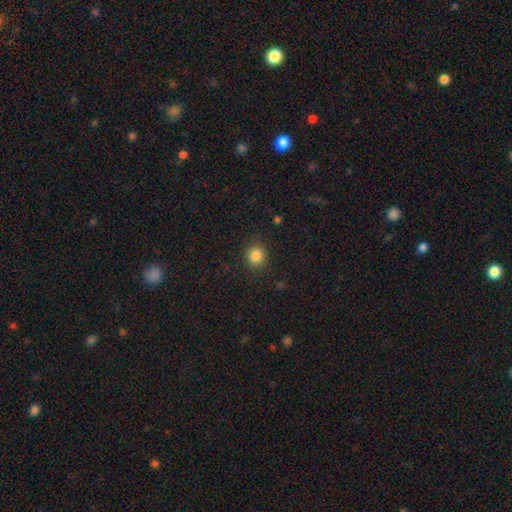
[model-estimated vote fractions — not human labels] This is clearly a smooth galaxy (84%). How rounded: clearly round (84%). Merging: clearly none (89%).